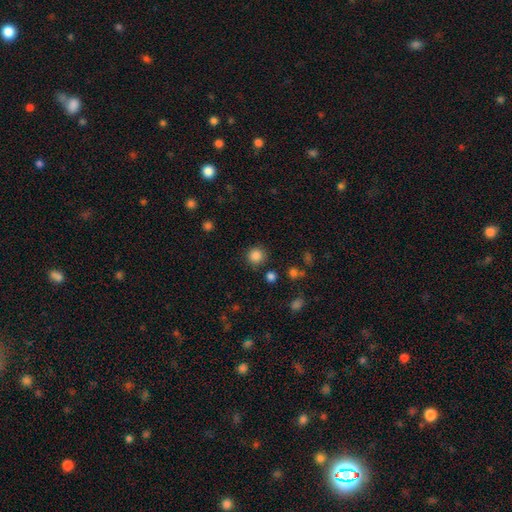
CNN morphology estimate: A smooth galaxy with no disk features (85%) that is round (93%). Merging: none (87%).